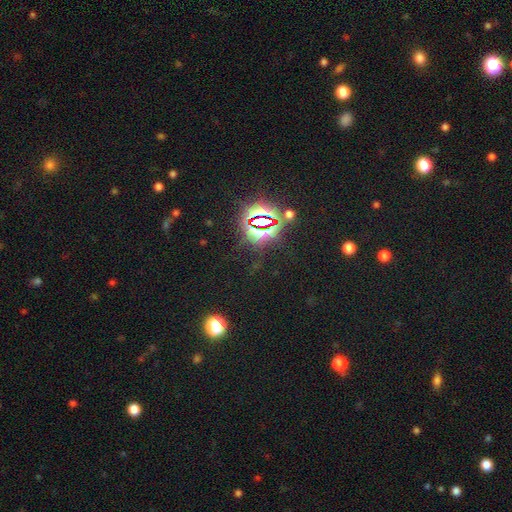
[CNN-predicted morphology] A star or artifact, not a galaxy (81%).

Vote fractions:
- Smooth or featured? star or artifact: 81% / smooth: 12% / featured or disk: 7%